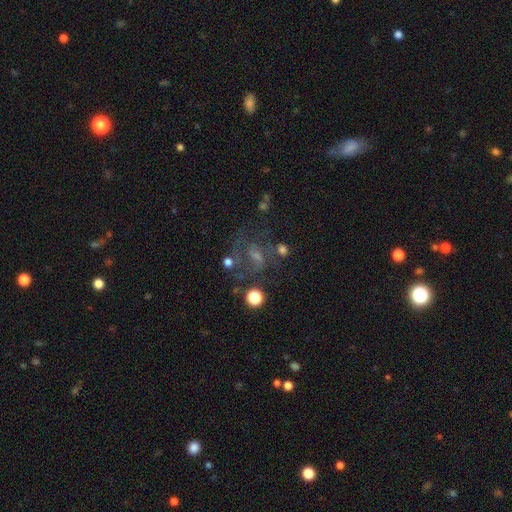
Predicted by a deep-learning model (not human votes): The model was most divided on "bar": weak: 47%, no: 37%, strong: 17%. More confident: edge-on disk — no (96%); spiral arms — yes (79%); smooth or featured — featured or disk (59%); merging — none (57%); bulge size — small (51%).